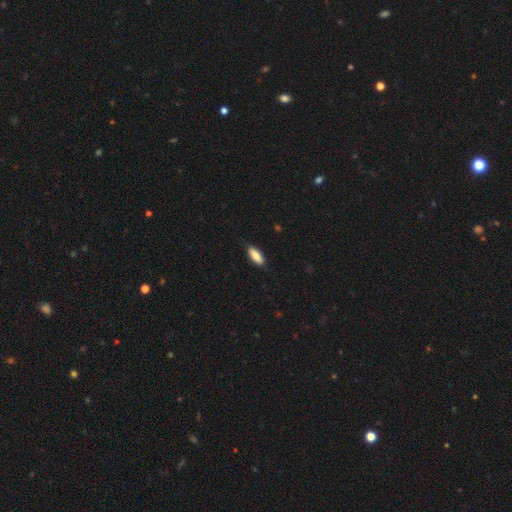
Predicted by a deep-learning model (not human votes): The model was most divided on "how rounded": in between: 74%, cigar-shaped: 24%, round: 2%. More confident: smooth or featured — smooth (85%); merging — none (83%).